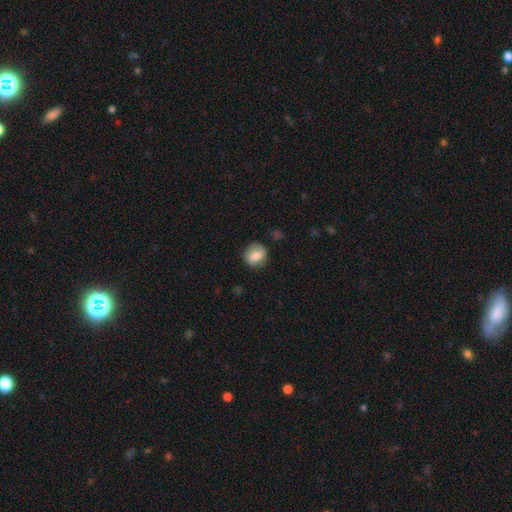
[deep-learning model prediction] The model was most divided on "smooth or featured": smooth: 71%, featured or disk: 21%, star or artifact: 8%. More confident: merging — none (79%); how rounded — round (76%).